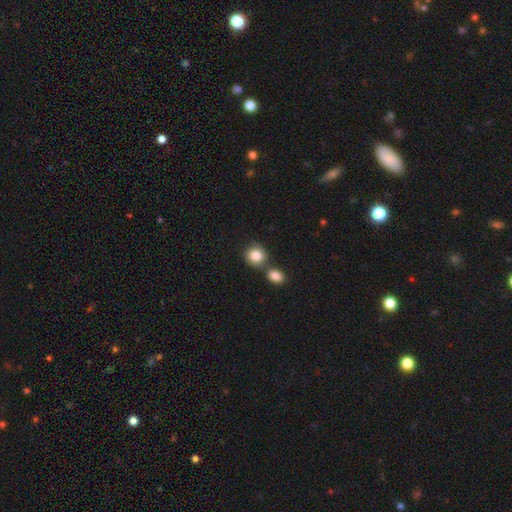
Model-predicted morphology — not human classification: A smooth galaxy with no disk features (85%) that is round (79%). Merging: none (53%).